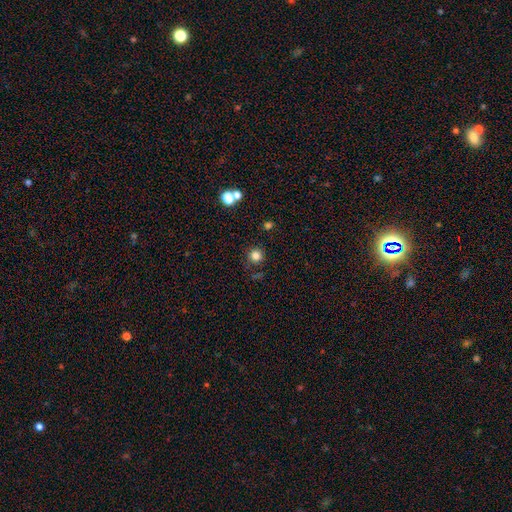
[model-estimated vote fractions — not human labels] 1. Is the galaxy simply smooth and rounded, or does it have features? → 81% smooth, 14% star or artifact, 5% featured or disk.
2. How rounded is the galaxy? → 95% round, 4% in between, 1% cigar-shaped.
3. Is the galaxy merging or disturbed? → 84% none, 9% minor disturbance, 4% merger, 3% major disturbance.